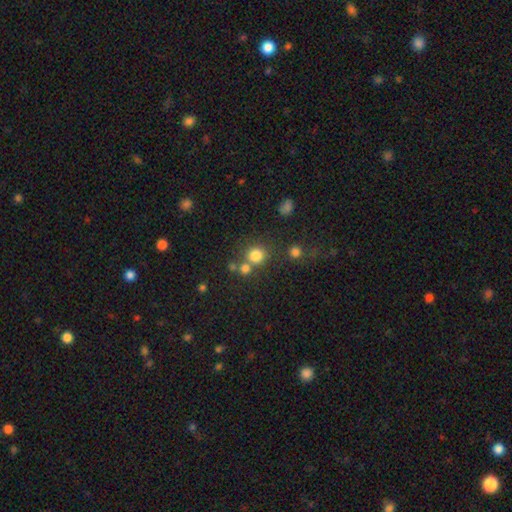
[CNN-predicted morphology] Overall: smooth (79%). How rounded: round (89%). Merging: none (64%; merger 24%).